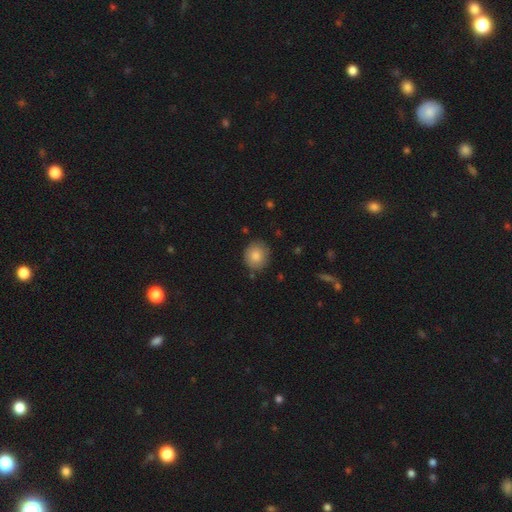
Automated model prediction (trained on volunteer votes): A smooth galaxy with no disk features (84%) that is round (82%). Merging: none (83%).